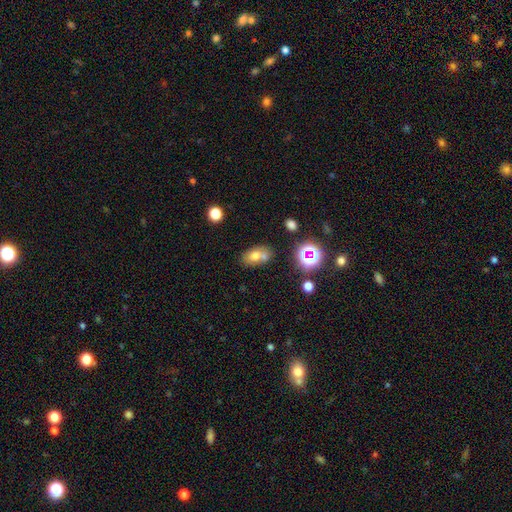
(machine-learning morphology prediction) Q: Smooth or featured?
A: smooth (67%); runner-up: featured or disk (18%)
Q: How rounded?
A: in between (77%); runner-up: round (21%)
Q: Merging?
A: none (47%); runner-up: merger (37%)